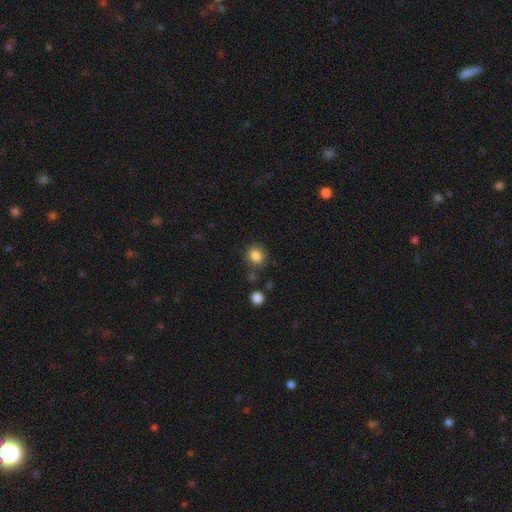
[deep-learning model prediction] Overall: smooth (85%). How rounded: round (74%). Merging: none (75%).